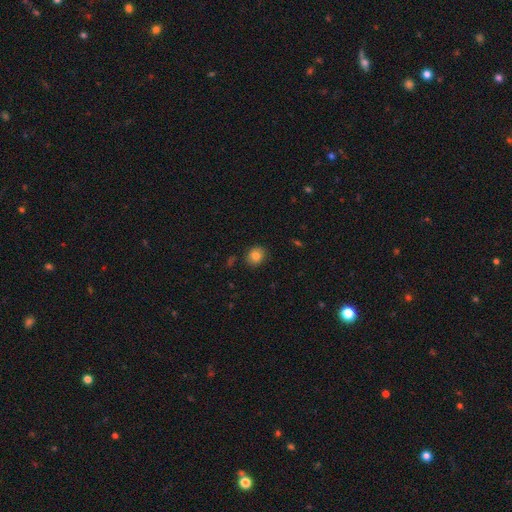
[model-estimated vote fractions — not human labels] Smooth or featured?
  - smooth: 82% *
  - star or artifact: 10%
  - featured or disk: 8%
How rounded?
  - round: 72% *
  - in between: 27%
  - cigar-shaped: 1%
Merging?
  - none: 85% *
  - minor disturbance: 11%
  - major disturbance: 2%
  - merger: 2%